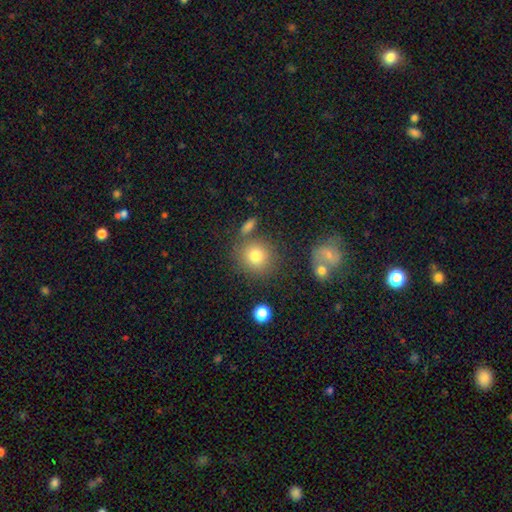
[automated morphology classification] Smooth or featured? Predicted: smooth (p=0.79). How rounded? Predicted: round (p=0.87). Merging? Predicted: none (p=0.74).